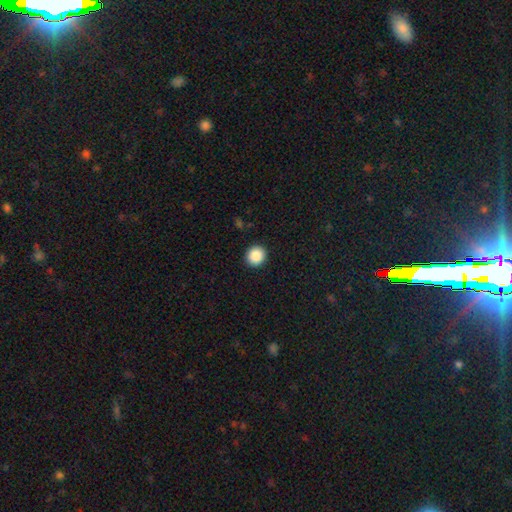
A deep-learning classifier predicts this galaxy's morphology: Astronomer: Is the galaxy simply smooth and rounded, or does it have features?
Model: smooth — 88%.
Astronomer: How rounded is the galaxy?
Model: round — 89%.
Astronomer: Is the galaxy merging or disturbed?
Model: none — 92%.